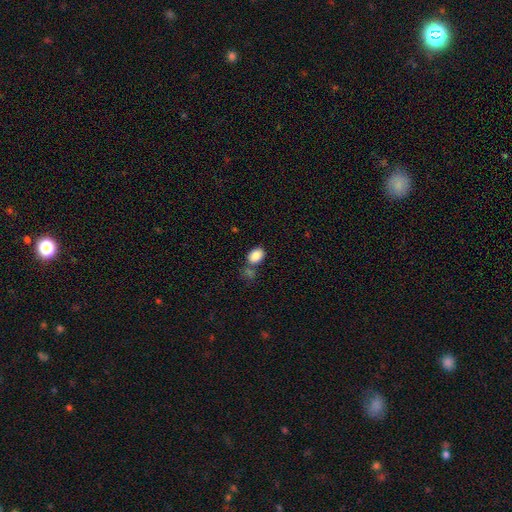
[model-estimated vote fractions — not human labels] Morphology: type=smooth (87%); roundness=in between (80%); merging=none (62%).